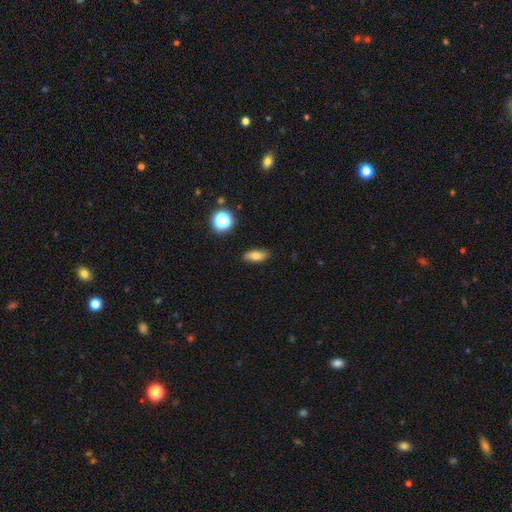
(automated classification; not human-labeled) Morphology: type=smooth (75%); roundness=in between (72%); merging=none (87%).